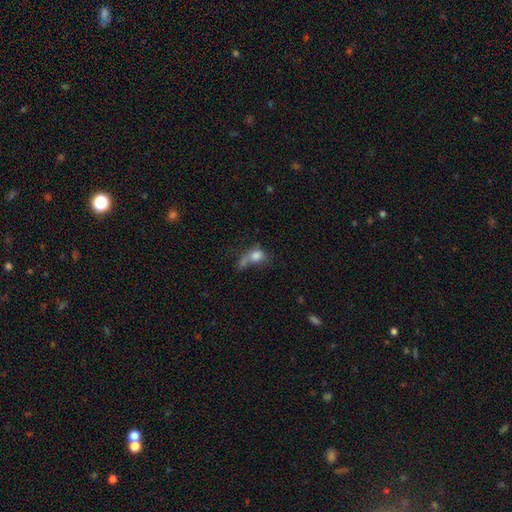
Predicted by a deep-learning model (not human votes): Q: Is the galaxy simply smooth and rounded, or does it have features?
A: smooth — 74%.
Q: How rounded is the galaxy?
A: in between — 59%.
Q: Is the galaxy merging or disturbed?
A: merger — 39%.